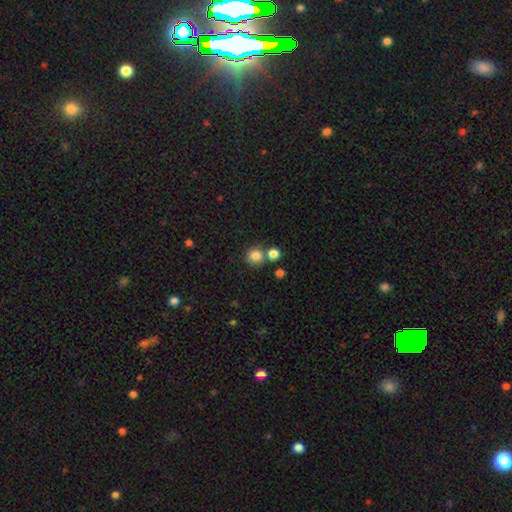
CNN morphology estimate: Smooth or featured? Predicted: smooth (p=0.83). How rounded? Predicted: round (p=0.89). Merging? Predicted: none (p=0.64).